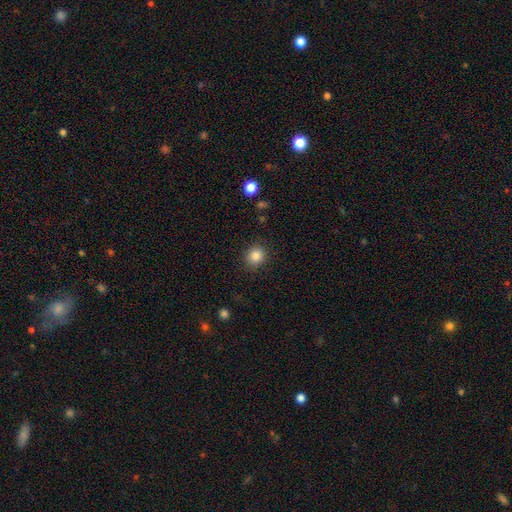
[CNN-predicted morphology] smooth 85%, star or artifact 10%, featured or disk 5%. Down the decision tree: how rounded — round (82%); merging — none (88%).